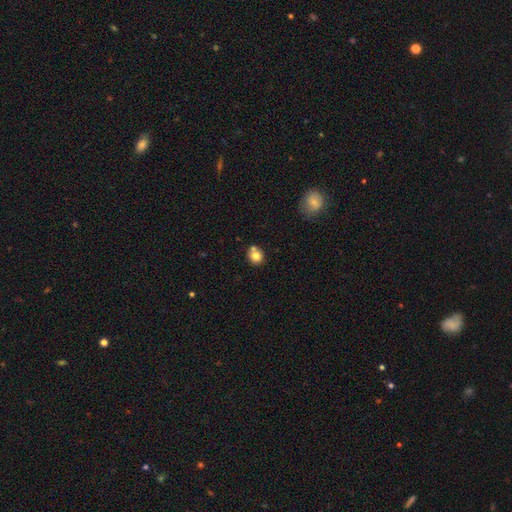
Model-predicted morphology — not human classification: Smooth or featured? smooth (78%)
How rounded? round (83%)
Merging? none (60%)